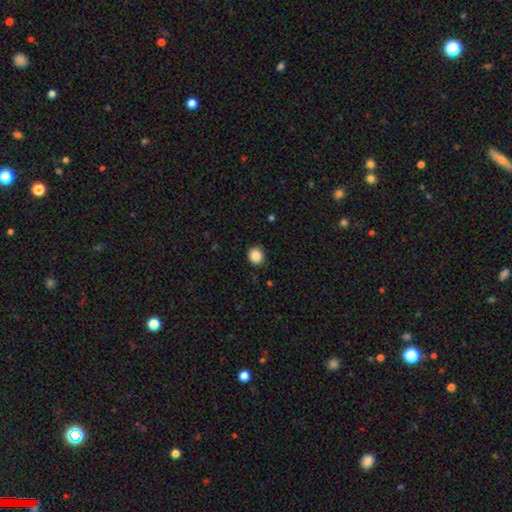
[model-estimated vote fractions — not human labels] Overall: smooth (87%). How rounded: round (85%). Merging: none (86%).